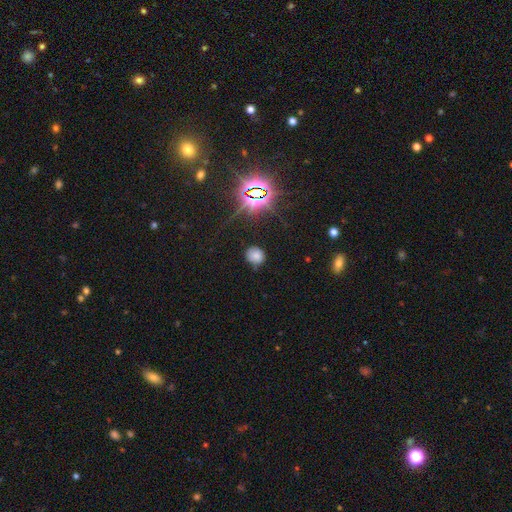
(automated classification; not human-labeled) Smooth or featured: smooth — 69% (star or artifact — 23%)
How rounded: round — 79% (in between — 20%)
Merging: none — 78% (minor disturbance — 16%)